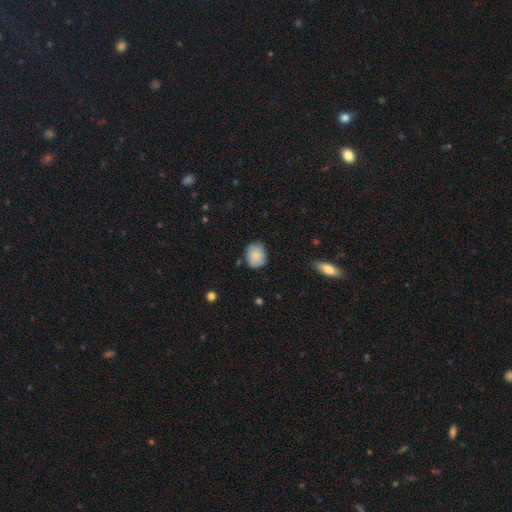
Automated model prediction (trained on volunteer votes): A smooth galaxy with no disk features (80%) that is round (54%).

Vote fractions:
- Smooth or featured? smooth: 80% / featured or disk: 13% / star or artifact: 8%
- How rounded? round: 54% / in between: 45% / cigar-shaped: 1%
- Merging? none: 70% / minor disturbance: 24% / major disturbance: 4% / merger: 2%